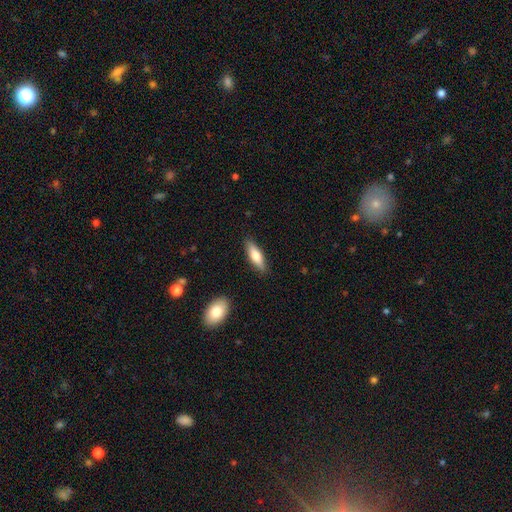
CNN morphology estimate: Q: Smooth or featured?
A: smooth (68%); runner-up: featured or disk (26%)
Q: How rounded?
A: cigar-shaped (50%); runner-up: in between (48%)
Q: Merging?
A: none (87%); runner-up: minor disturbance (9%)